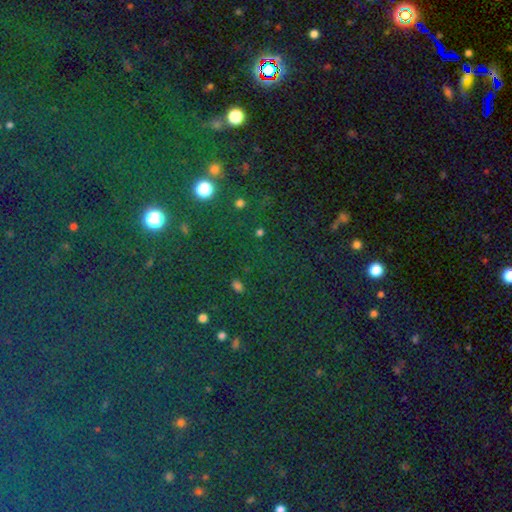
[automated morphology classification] Smooth or featured? Predicted: star or artifact (p=0.76).